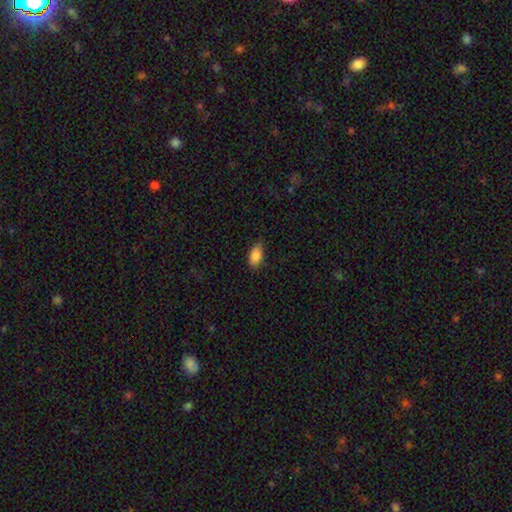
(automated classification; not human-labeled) Smooth or featured?
  - smooth: 85% *
  - star or artifact: 7%
  - featured or disk: 7%
How rounded?
  - in between: 91% *
  - round: 5%
  - cigar-shaped: 4%
Merging?
  - none: 77% *
  - minor disturbance: 19%
  - major disturbance: 3%
  - merger: 1%